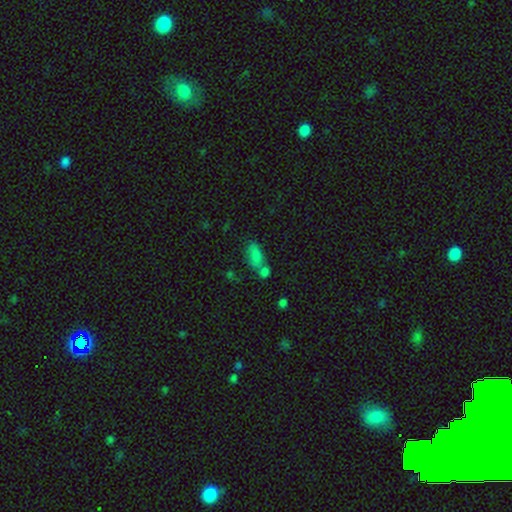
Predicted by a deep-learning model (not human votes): Smooth or featured? smooth (79%)
How rounded? in between (85%)
Merging? none (43%)